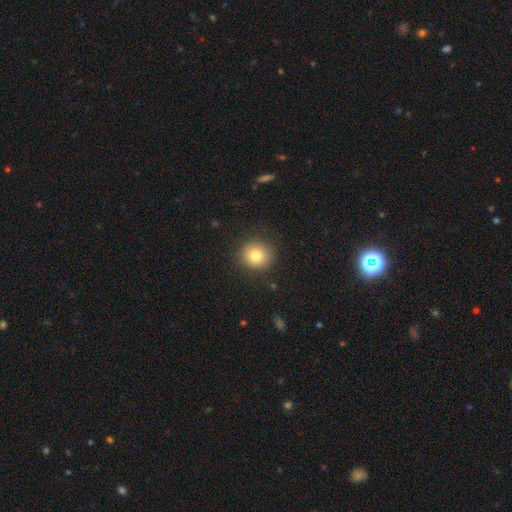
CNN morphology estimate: Smooth or featured? Predicted: smooth (p=0.80). How rounded? Predicted: round (p=0.87). Merging? Predicted: none (p=0.87).